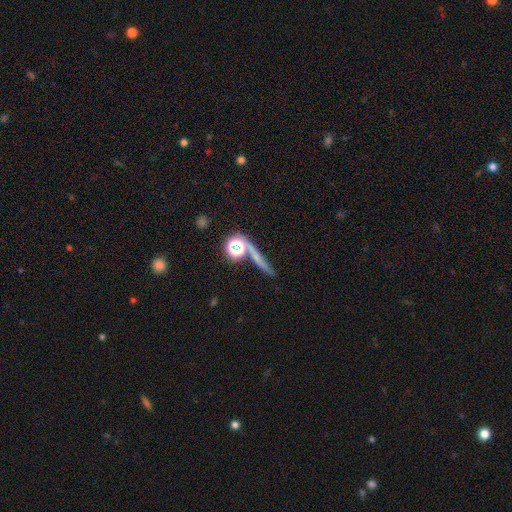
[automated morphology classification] Smooth or featured: smooth — 44% (featured or disk — 28%)
Merging: none — 70% (merger — 13%)